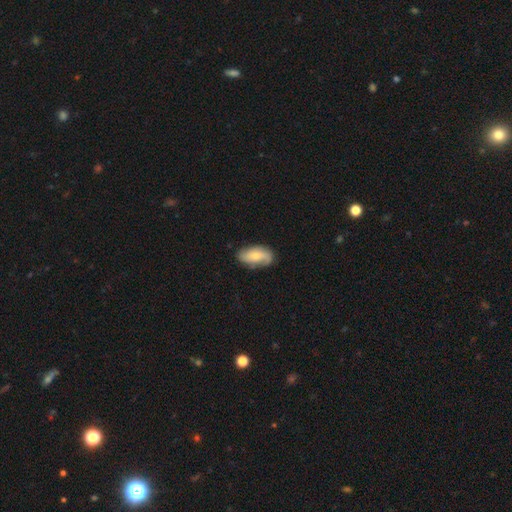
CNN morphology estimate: smooth-or-featured: smooth: 52% | featured or disk: 42% | star or artifact: 7%
  how-rounded: in between: 90% | cigar-shaped: 6% | round: 4%
  merging: none: 71% | minor disturbance: 21% | major disturbance: 6% | merger: 2%